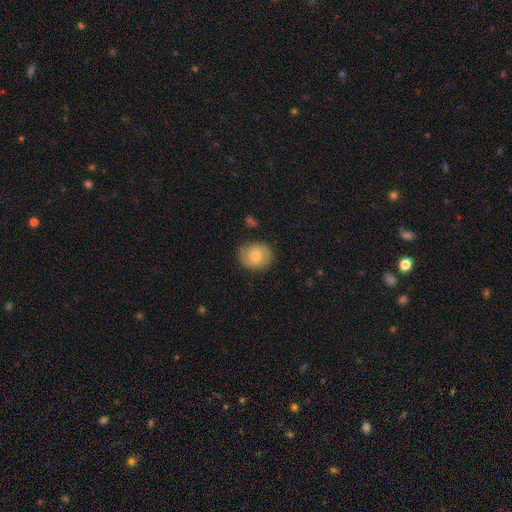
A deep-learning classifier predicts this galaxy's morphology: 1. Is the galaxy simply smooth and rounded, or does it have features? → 66% smooth, 26% featured or disk, 8% star or artifact.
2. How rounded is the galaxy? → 67% round, 32% in between, 1% cigar-shaped.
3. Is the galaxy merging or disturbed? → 81% none, 14% minor disturbance, 3% major disturbance, 1% merger.